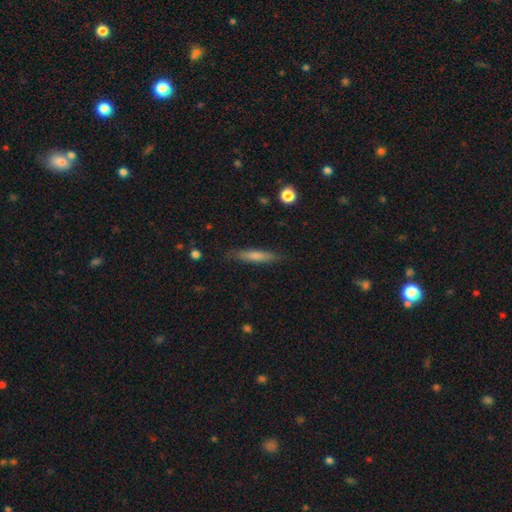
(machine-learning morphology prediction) A smooth galaxy with no disk features (63%) that is cigar-shaped (89%).

Vote fractions:
- Smooth or featured? smooth: 63% / featured or disk: 30% / star or artifact: 7%
- How rounded? cigar-shaped: 89% / in between: 10% / round: 2%
- Merging? none: 86% / minor disturbance: 11% / major disturbance: 2% / merger: 1%